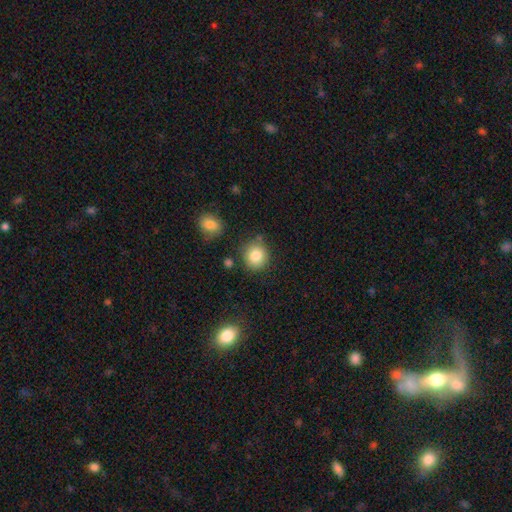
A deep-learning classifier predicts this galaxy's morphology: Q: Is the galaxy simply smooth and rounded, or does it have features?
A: smooth — 83%.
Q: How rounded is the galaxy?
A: round — 85%.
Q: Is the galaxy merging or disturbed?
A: none — 81%.